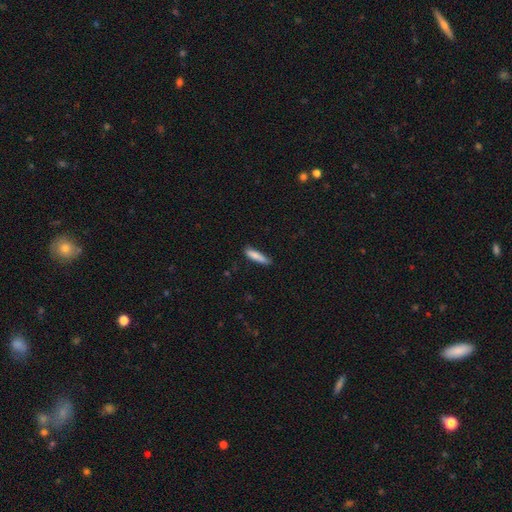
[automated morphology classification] Smooth or featured? Predicted: smooth (p=0.84). How rounded? Predicted: cigar-shaped (p=0.79). Merging? Predicted: none (p=0.76).